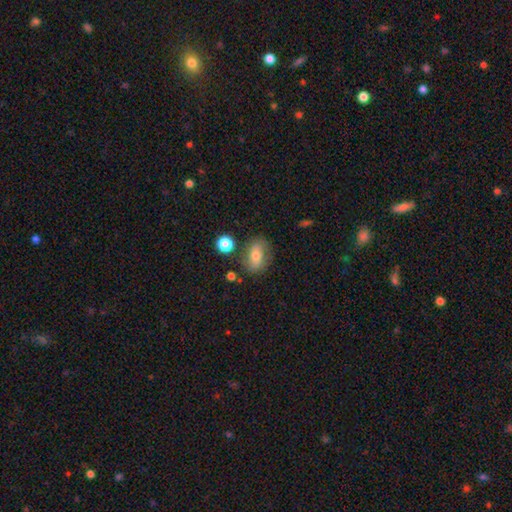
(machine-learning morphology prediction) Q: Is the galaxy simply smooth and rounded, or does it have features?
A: smooth — 61%.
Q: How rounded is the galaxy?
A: in between — 75%.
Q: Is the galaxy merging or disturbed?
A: none — 75%.